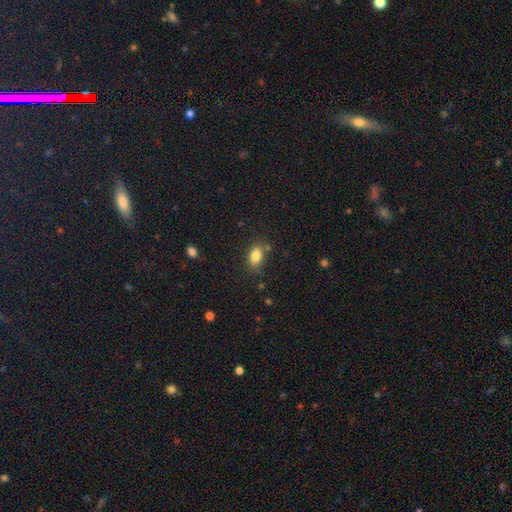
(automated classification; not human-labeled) Smooth or featured? Predicted: smooth (p=0.84). How rounded? Predicted: in between (p=0.87). Merging? Predicted: none (p=0.76).